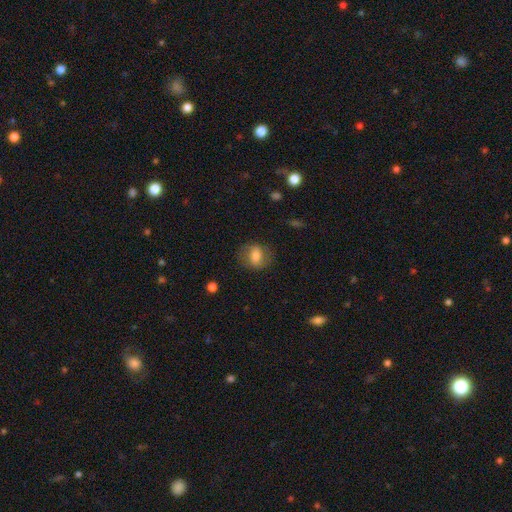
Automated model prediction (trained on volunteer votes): Smooth or featured?
  - smooth: 70% *
  - featured or disk: 22%
  - star or artifact: 8%
How rounded?
  - in between: 55% *
  - round: 43%
  - cigar-shaped: 2%
Merging?
  - none: 76% *
  - minor disturbance: 15%
  - major disturbance: 7%
  - merger: 1%